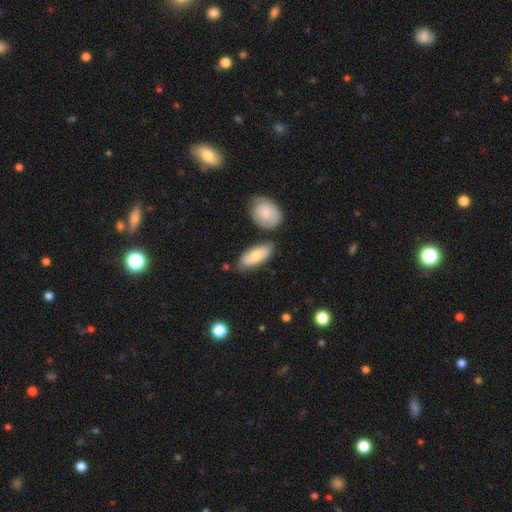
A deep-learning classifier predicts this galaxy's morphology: type=smooth (74%); roundness=in between (84%); merging=none (70%).